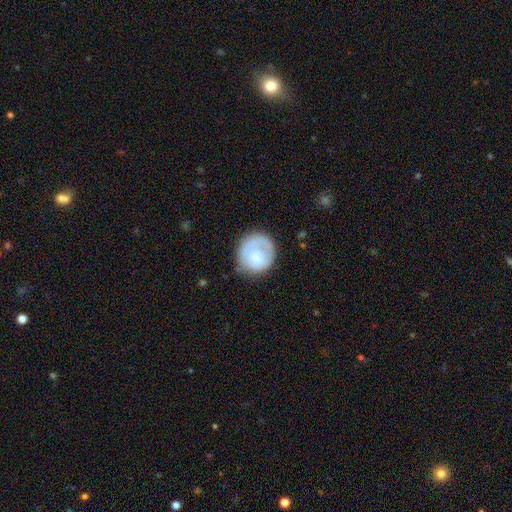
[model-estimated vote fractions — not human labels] This is likely a smooth galaxy (63%). How rounded: clearly round (84%). Merging: likely none (64%).